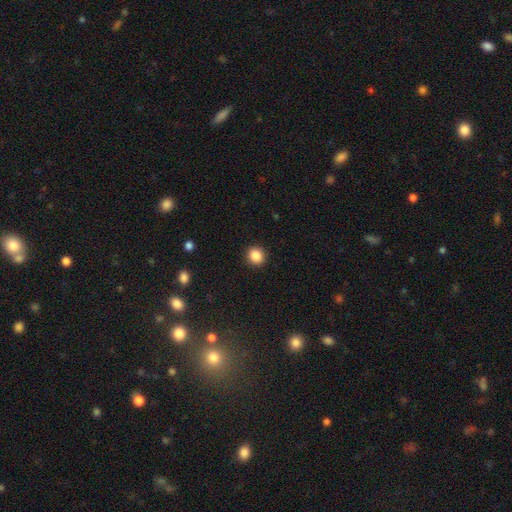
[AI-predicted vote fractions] Overall: smooth (86%). How rounded: round (81%). Merging: none (92%).